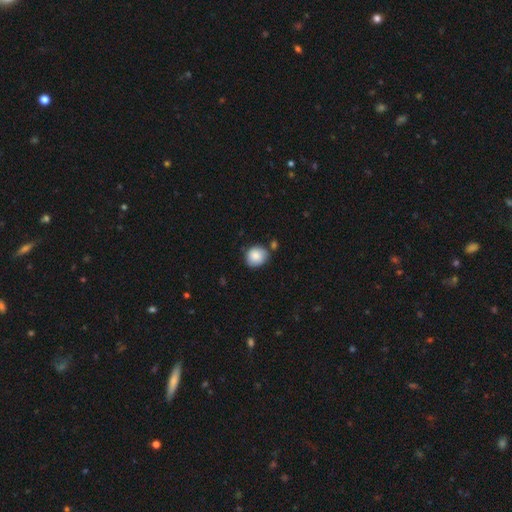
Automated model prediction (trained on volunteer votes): smooth_or_featured: smooth (p=0.85) [alt: star or artifact p=0.08]
how_rounded: round (p=0.81) [alt: in between p=0.19]
merging: none (p=0.71) [alt: minor disturbance p=0.17]